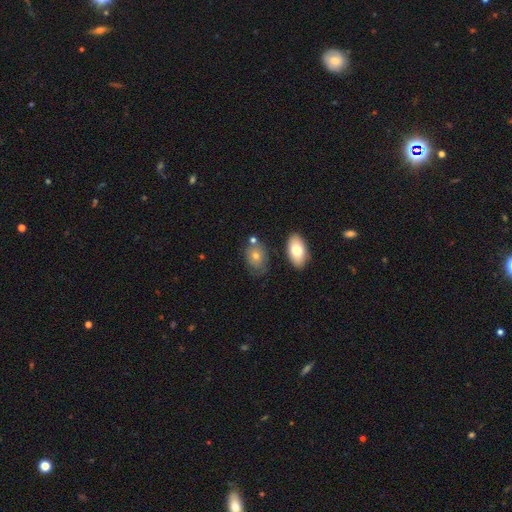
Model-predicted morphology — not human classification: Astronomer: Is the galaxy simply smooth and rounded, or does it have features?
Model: smooth — 61%.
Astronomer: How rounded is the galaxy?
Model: in between — 77%.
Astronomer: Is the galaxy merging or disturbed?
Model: none — 62%.